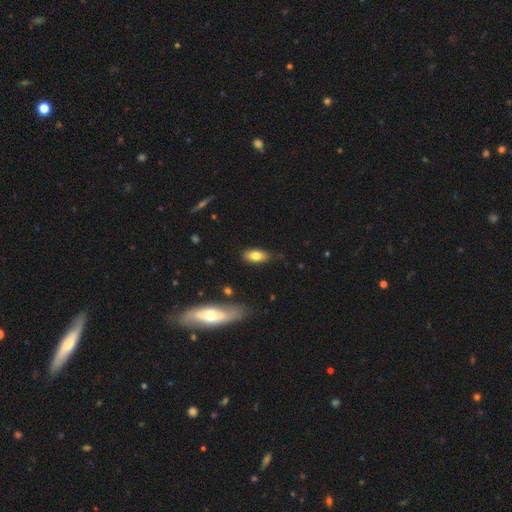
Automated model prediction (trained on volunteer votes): Smooth or featured? smooth (78%)
How rounded? in between (88%)
Merging? none (80%)